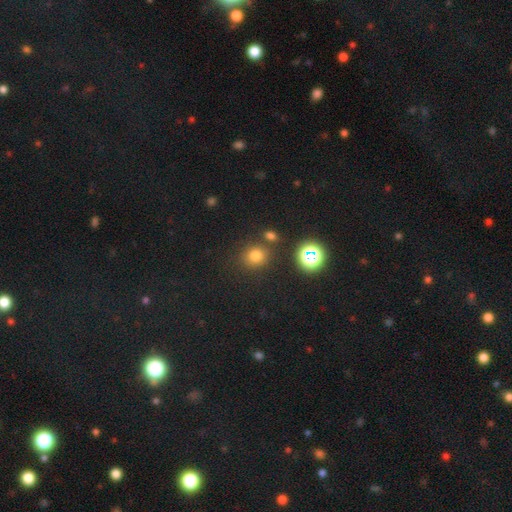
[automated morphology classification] Q: Smooth or featured?
A: smooth (72%); runner-up: star or artifact (22%)
Q: How rounded?
A: round (78%); runner-up: in between (21%)
Q: Merging?
A: none (77%); runner-up: minor disturbance (9%)